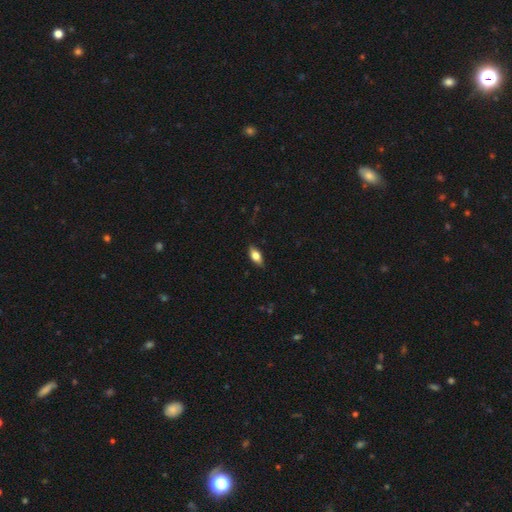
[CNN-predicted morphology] Smooth or featured? smooth (68%)
How rounded? in between (84%)
Merging? none (84%)